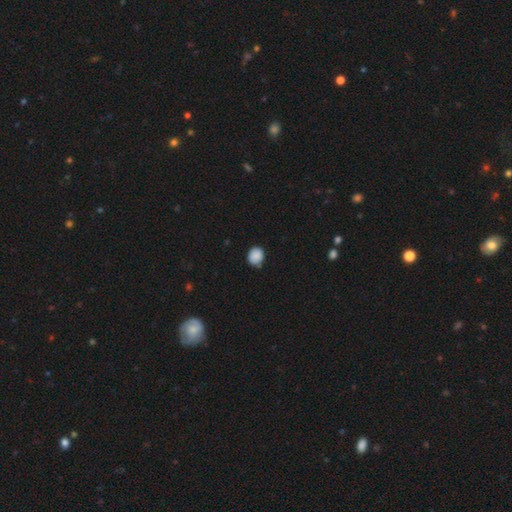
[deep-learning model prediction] This is clearly a smooth galaxy (86%). How rounded: likely round (72%). Merging: likely none (69%).